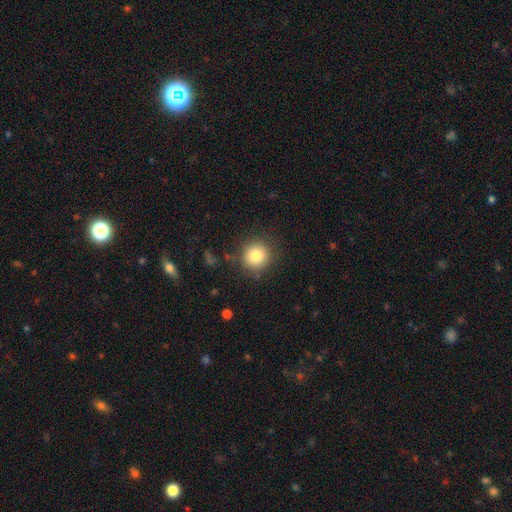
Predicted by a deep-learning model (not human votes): Overall: smooth (82%). How rounded: round (92%). Merging: none (86%).